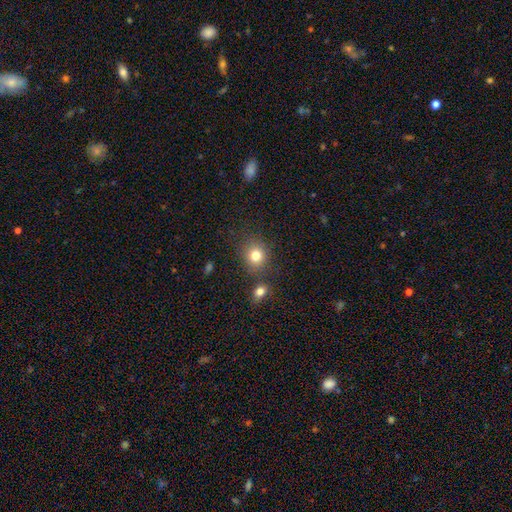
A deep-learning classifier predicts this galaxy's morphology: Smooth or featured: smooth — 80% (star or artifact — 12%)
How rounded: round — 75% (in between — 24%)
Merging: none — 77% (minor disturbance — 11%)